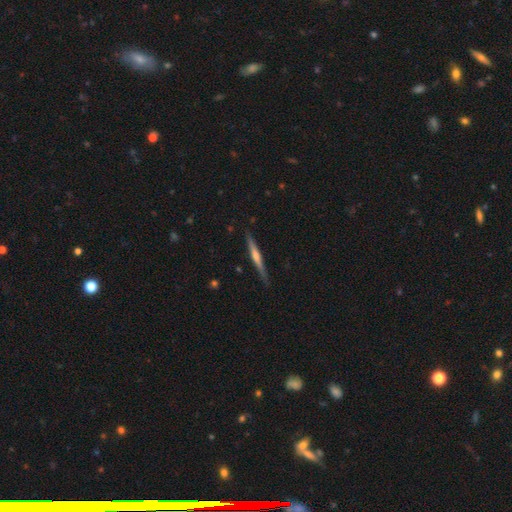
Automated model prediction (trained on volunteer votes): Overall: featured or disk (64%; smooth 31%). Edge-on disk: yes (97%). Edge-on bulge: rounded (59%; none 29%). Merging: none (86%).